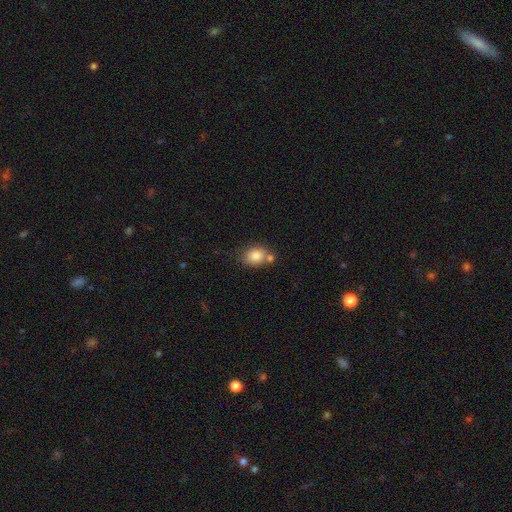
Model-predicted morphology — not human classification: A smooth galaxy with no disk features (83%) that is round (50%).

Vote fractions:
- Smooth or featured? smooth: 83% / star or artifact: 9% / featured or disk: 8%
- How rounded? round: 50% / in between: 49% / cigar-shaped: 1%
- Merging? none: 57% / merger: 24% / minor disturbance: 15% / major disturbance: 4%